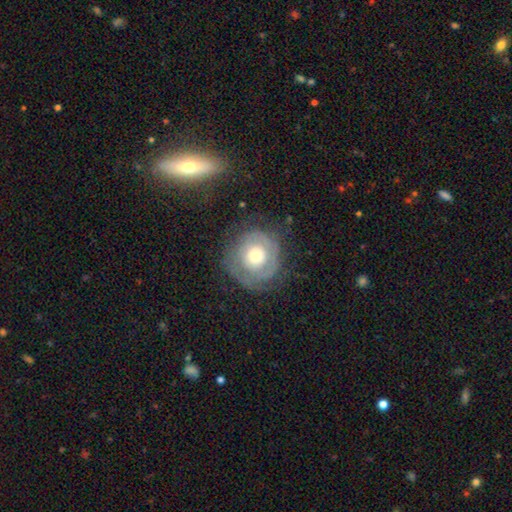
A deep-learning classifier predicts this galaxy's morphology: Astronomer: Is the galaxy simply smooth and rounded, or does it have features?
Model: featured or disk — 62%.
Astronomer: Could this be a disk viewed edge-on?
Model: no — 96%.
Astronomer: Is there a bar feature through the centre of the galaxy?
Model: no — 86%.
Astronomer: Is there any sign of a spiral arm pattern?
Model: yes — 63%.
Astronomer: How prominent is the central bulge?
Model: moderate — 56%.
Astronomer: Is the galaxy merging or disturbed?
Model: none — 69%.